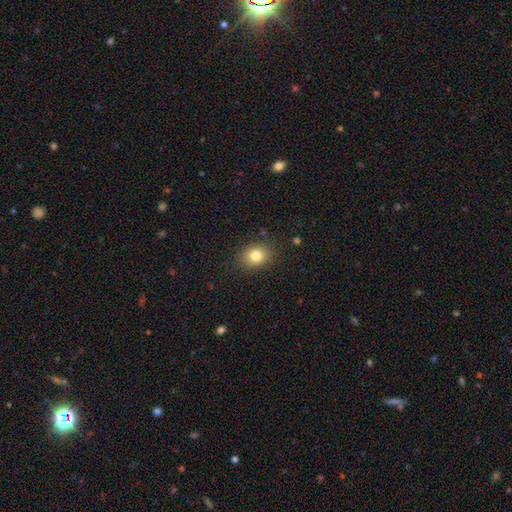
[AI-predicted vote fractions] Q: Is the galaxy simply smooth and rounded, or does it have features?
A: smooth — 81%.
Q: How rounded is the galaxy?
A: in between — 52%.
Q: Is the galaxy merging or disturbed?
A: none — 85%.